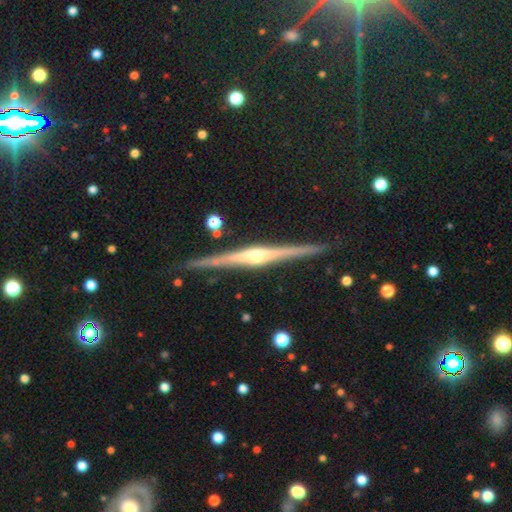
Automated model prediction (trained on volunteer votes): Smooth or featured: featured or disk — 86% (smooth — 8%)
Edge-on disk: yes — 98% (no — 2%)
Edge-on bulge: rounded — 87% (boxy — 7%)
Merging: none — 90% (minor disturbance — 7%)